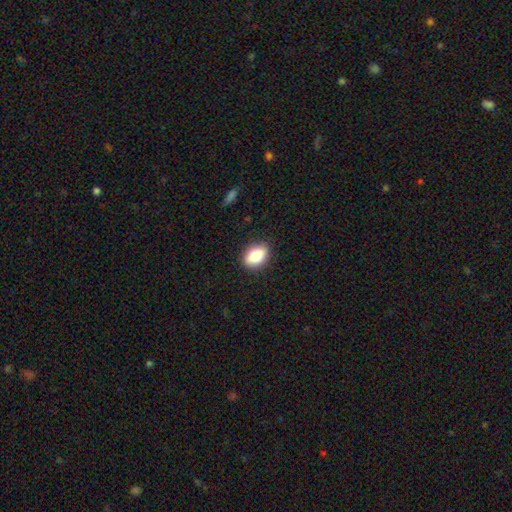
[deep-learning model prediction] smooth-or-featured: smooth: 80% | featured or disk: 12% | star or artifact: 8%
  how-rounded: in between: 80% | round: 17% | cigar-shaped: 3%
  merging: none: 87% | minor disturbance: 10% | major disturbance: 2% | merger: 1%